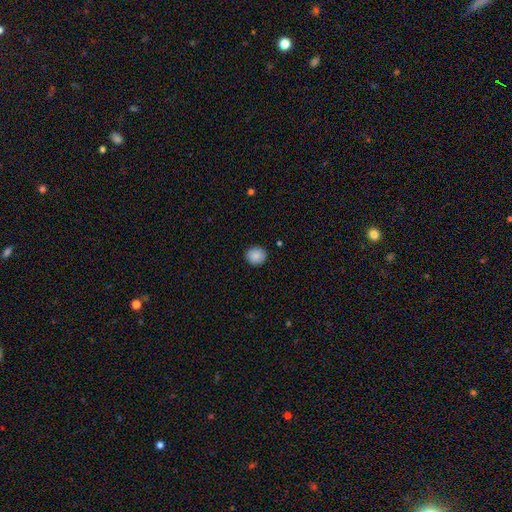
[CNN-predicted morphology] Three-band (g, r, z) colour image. It shows a smooth galaxy with no disk features (88%) that is round (87%). Merging: none (90%).